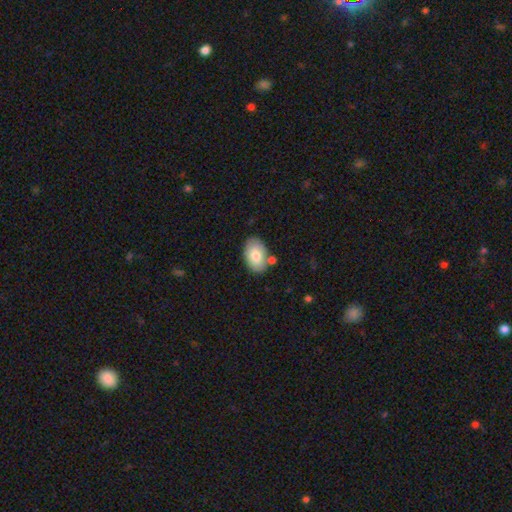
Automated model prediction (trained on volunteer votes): Morphology: type=smooth (76%); roundness=in between (91%); merging=none (74%).